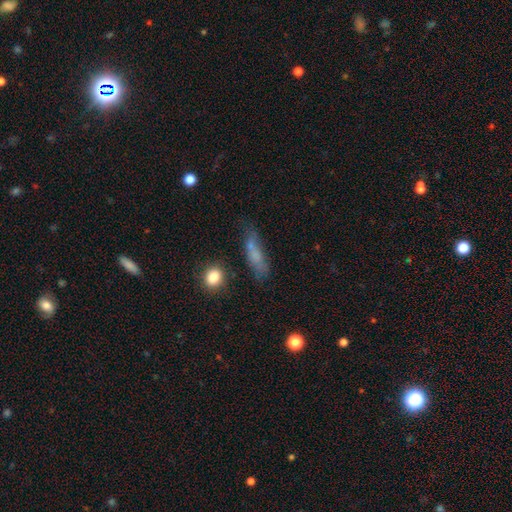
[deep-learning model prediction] Smooth or featured: smooth — 63% (featured or disk — 24%)
How rounded: cigar-shaped — 58% (in between — 37%)
Merging: none — 55% (minor disturbance — 24%)